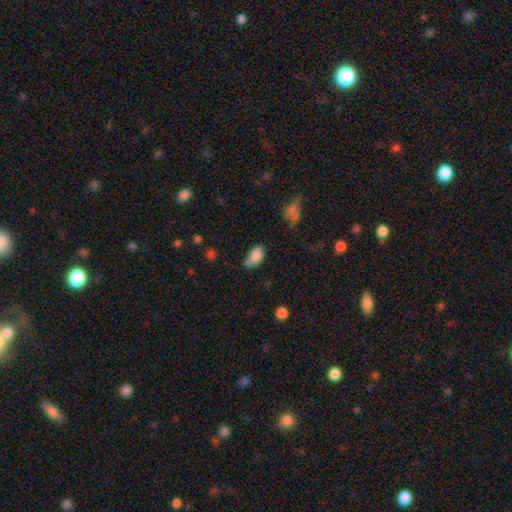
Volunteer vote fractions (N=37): smooth_or_featured: smooth (p=0.95) [alt: featured or disk p=0.03]
how_rounded: in between (p=0.86) [alt: round p=0.14]
merging: none (p=0.39) [tied with: minor disturbance p=0.39]